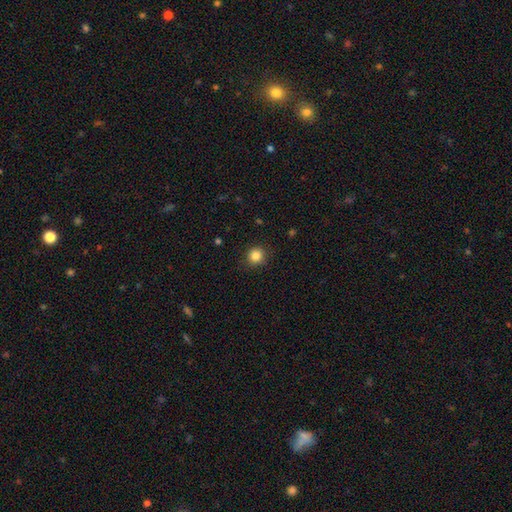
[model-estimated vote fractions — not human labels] This appears to be a smooth galaxy with no disk features (85%) that is round (91%). Merging: none (88%).